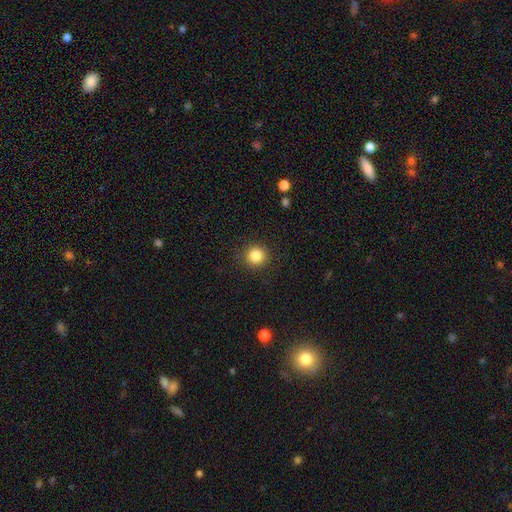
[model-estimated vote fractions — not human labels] smooth_or_featured: smooth (p=0.84) [alt: star or artifact p=0.11]
how_rounded: round (p=0.94) [alt: in between p=0.05]
merging: none (p=0.91) [alt: minor disturbance p=0.06]